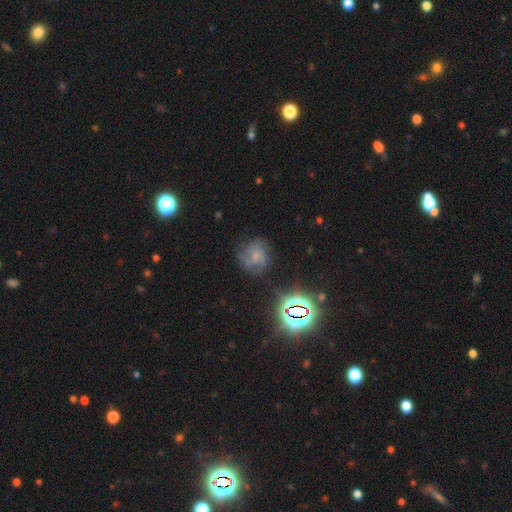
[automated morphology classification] Overall: featured or disk (42%; smooth 35%). Merging: none (58%; minor disturbance 23%).